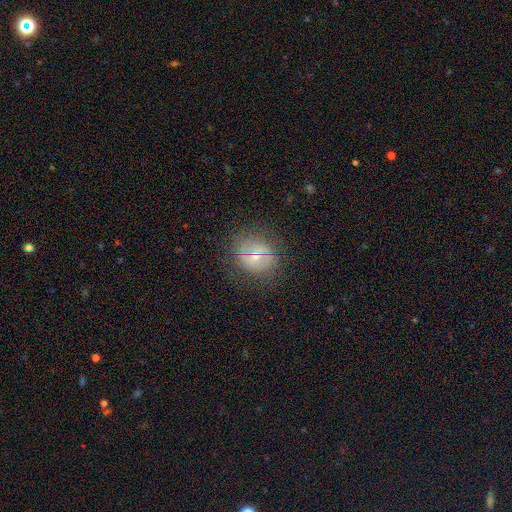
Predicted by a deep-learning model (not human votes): Smooth or featured? Predicted: smooth (p=0.41). Merging? Predicted: none (p=0.77).